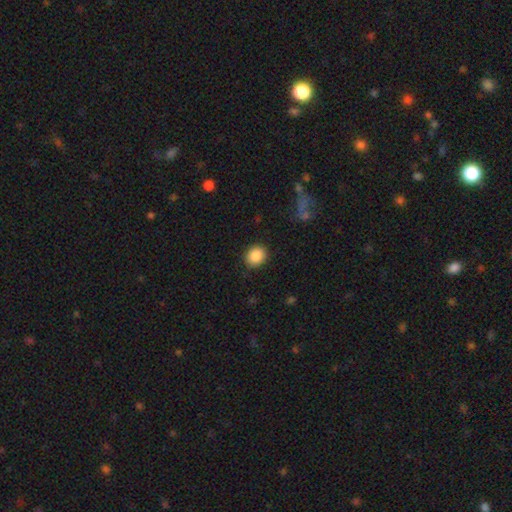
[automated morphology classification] Smooth or featured? Predicted: smooth (p=0.88). How rounded? Predicted: round (p=0.73). Merging? Predicted: none (p=0.89).